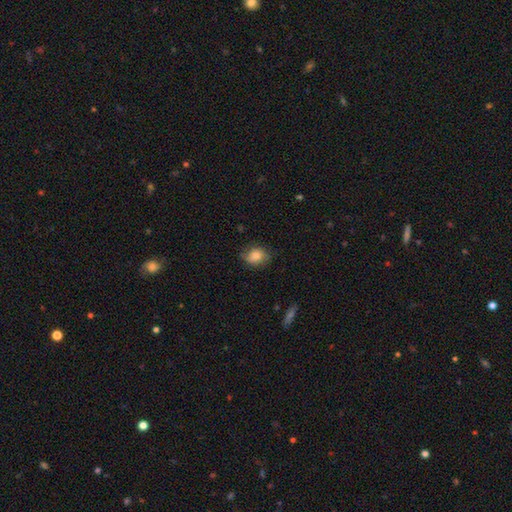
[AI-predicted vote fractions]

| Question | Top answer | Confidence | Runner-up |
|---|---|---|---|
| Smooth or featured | smooth | 68% | featured or disk (23%) |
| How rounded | round | 50% | in between (49%) |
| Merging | none | 65% | minor disturbance (25%) |